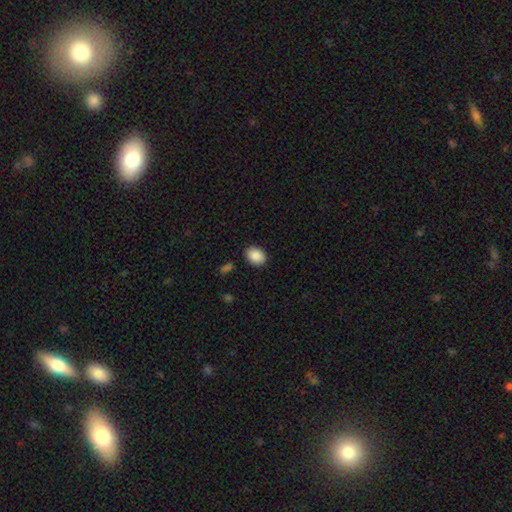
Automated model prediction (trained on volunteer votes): This is clearly a smooth galaxy (89%). How rounded: likely in between (67%). Merging: clearly none (88%).